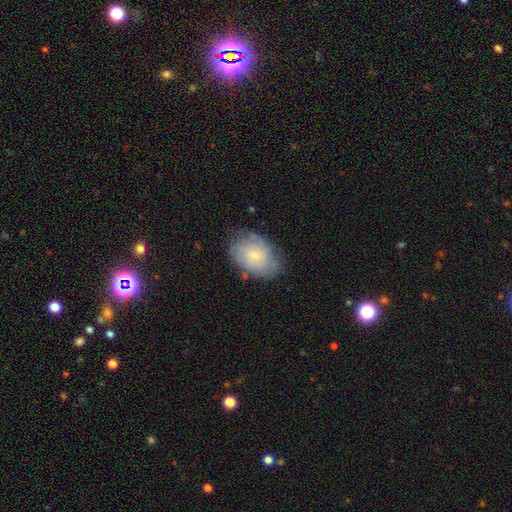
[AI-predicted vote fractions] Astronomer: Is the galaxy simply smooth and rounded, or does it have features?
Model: smooth — 55% (runner-up: featured or disk, 38%).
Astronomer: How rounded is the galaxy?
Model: in between — 79%.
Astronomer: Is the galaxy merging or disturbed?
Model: none — 71%.